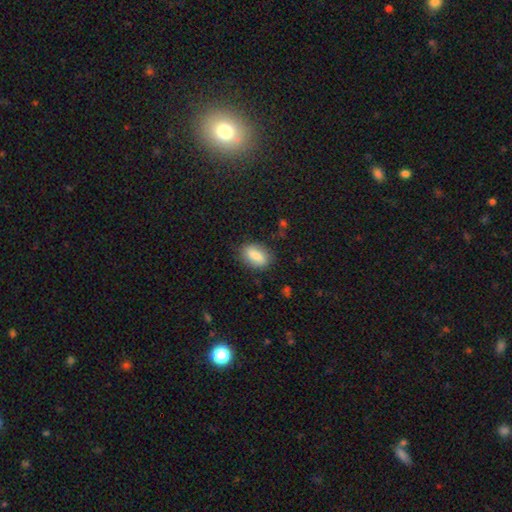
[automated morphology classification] type=smooth (79%); roundness=in between (86%); merging=none (79%).